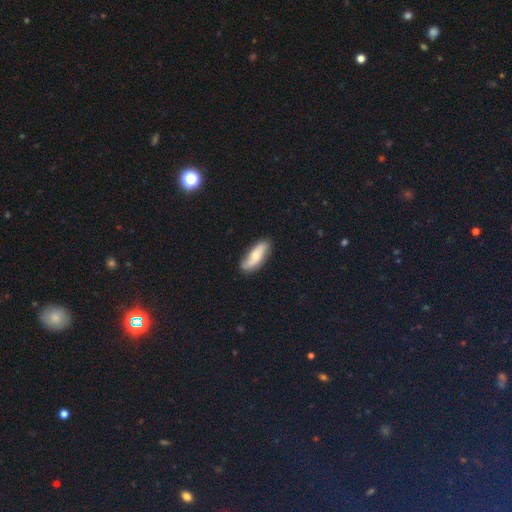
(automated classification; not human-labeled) Smooth or featured?
  - smooth: 48% *
  - featured or disk: 46%
  - star or artifact: 6%
Merging?
  - none: 80% *
  - minor disturbance: 15%
  - major disturbance: 3%
  - merger: 2%